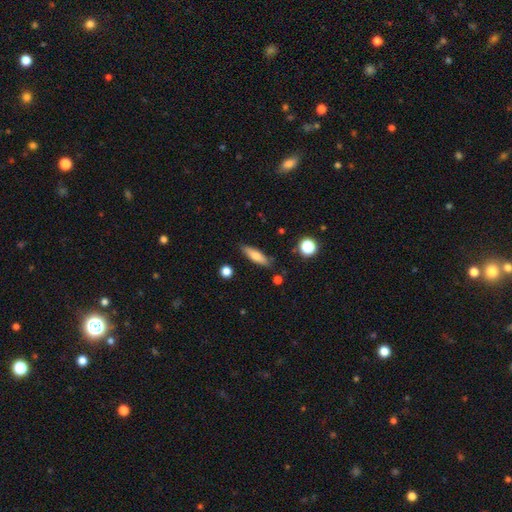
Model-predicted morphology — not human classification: smooth 67%, featured or disk 26%, star or artifact 7%. Down the decision tree: how rounded — cigar-shaped (60%); merging — none (83%).